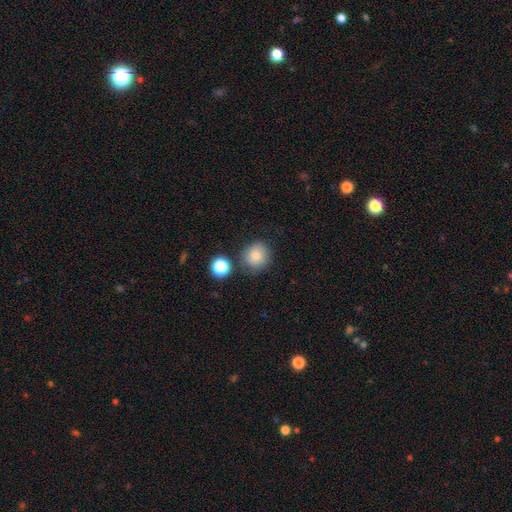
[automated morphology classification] Smooth or featured? smooth (83%)
How rounded? round (87%)
Merging? none (78%)